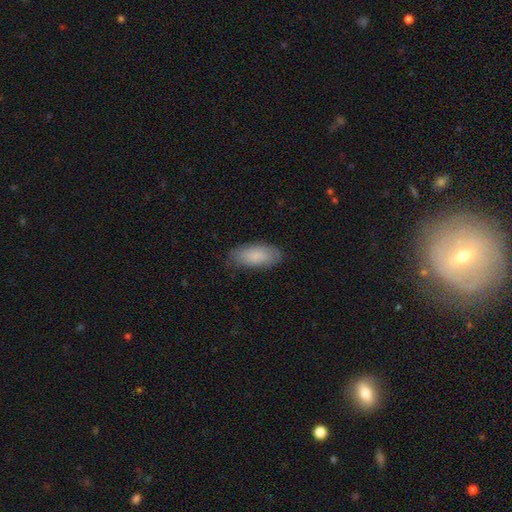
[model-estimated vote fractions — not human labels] Overall: smooth (83%). How rounded: in between (88%). Merging: none (79%).